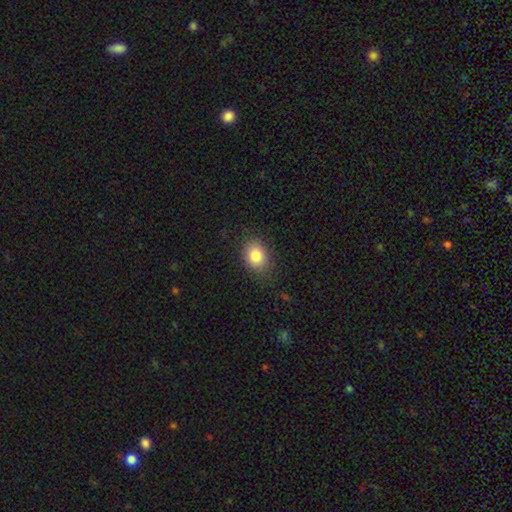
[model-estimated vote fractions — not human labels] This is clearly a smooth galaxy (83%). How rounded: possibly in between (51%). Merging: clearly none (83%).